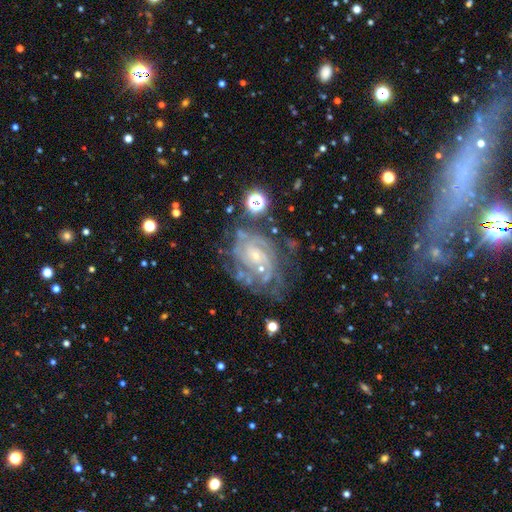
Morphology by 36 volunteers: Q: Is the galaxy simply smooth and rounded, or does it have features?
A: featured or disk — 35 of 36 (97%).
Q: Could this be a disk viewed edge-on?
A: no — 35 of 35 (100%).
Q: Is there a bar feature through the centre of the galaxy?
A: no — 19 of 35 (54%).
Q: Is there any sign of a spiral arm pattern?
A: yes — 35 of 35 (100%).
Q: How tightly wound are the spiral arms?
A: tight — 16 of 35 (46%).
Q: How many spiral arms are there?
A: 2 — 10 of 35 (29%, tied with can't tell).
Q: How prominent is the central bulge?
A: small — 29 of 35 (83%).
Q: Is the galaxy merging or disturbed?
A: none — 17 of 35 (49%).